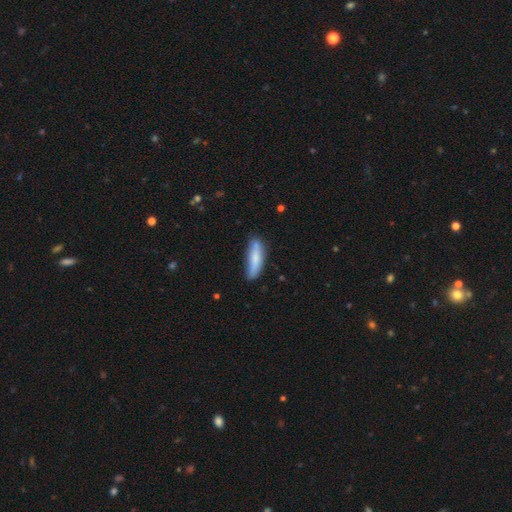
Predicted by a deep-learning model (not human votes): Smooth or featured: smooth — 77% (featured or disk — 17%)
How rounded: cigar-shaped — 69% (in between — 30%)
Merging: none — 69% (minor disturbance — 22%)